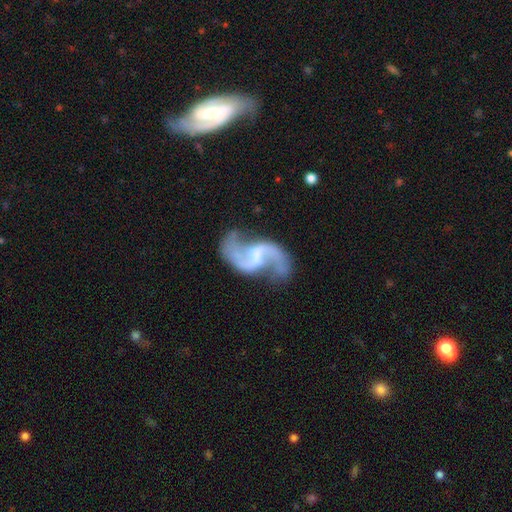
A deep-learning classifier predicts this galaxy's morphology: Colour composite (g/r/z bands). It shows a featured or disk galaxy (91%) with a weak bar (50%), 2 (94%) loose (74%) spiral arms (97%) and no central bulge (51%). Merging: none (73%).